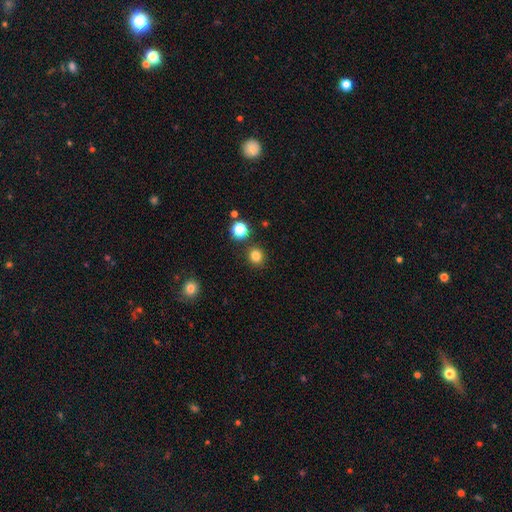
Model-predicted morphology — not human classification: Smooth or featured?
  - smooth: 82% *
  - star or artifact: 14%
  - featured or disk: 5%
How rounded?
  - round: 89% *
  - in between: 11%
  - cigar-shaped: 1%
Merging?
  - none: 87% *
  - minor disturbance: 7%
  - merger: 4%
  - major disturbance: 2%